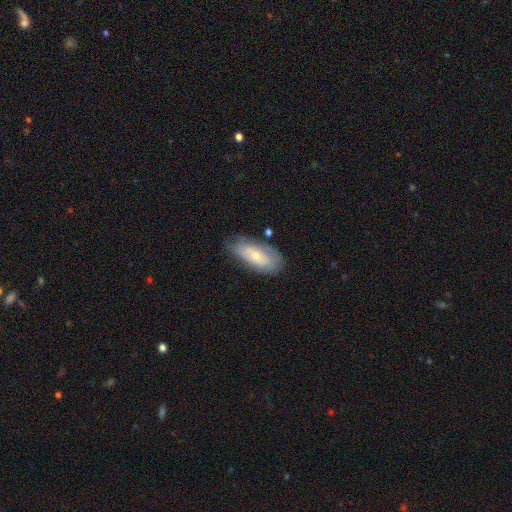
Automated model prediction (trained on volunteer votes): Overall: smooth (50%; featured or disk 43%). How rounded: in between (86%). Merging: none (66%).